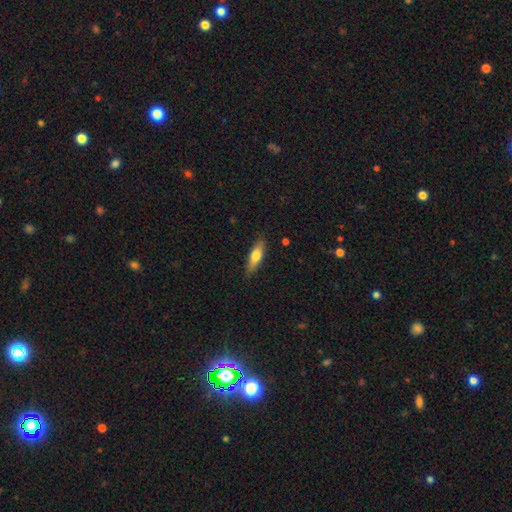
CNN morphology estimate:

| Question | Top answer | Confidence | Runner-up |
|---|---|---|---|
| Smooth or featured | smooth | 67% | featured or disk (27%) |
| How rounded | cigar-shaped | 51% | in between (47%) |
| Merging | none | 84% | minor disturbance (12%) |